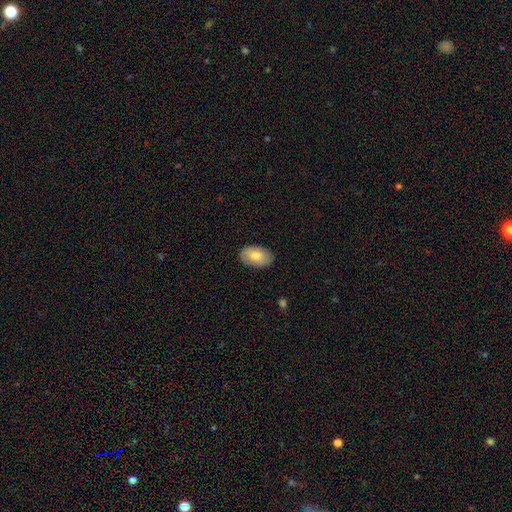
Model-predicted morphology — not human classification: Overall: smooth (77%). How rounded: in between (92%). Merging: none (85%).